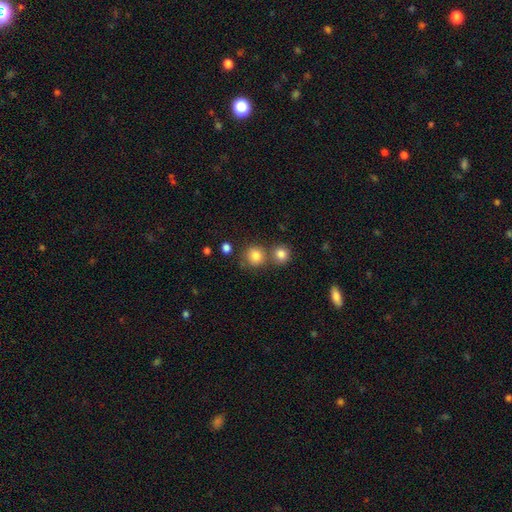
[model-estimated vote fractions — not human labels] Morphology: type=smooth (82%); roundness=round (88%); merging=none (61%).